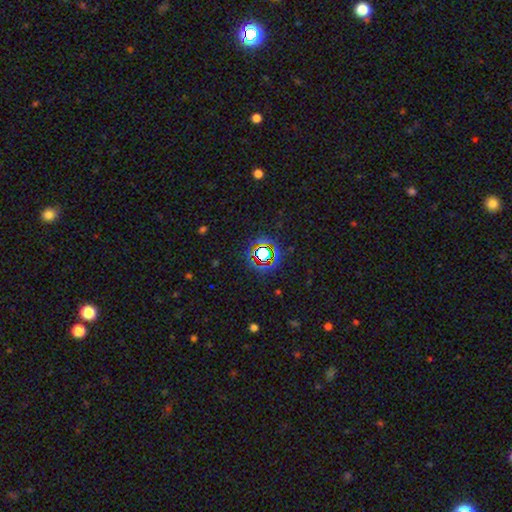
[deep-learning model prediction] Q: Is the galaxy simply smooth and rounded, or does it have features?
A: star or artifact — 75%.